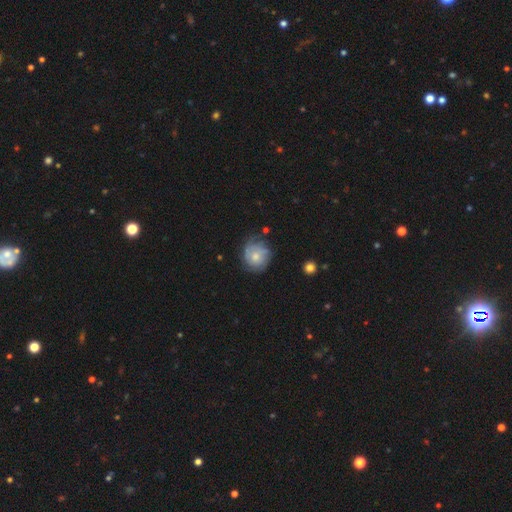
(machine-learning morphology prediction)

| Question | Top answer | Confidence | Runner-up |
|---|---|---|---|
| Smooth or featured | featured or disk | 48% | smooth (45%) |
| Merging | none | 62% | minor disturbance (27%) |